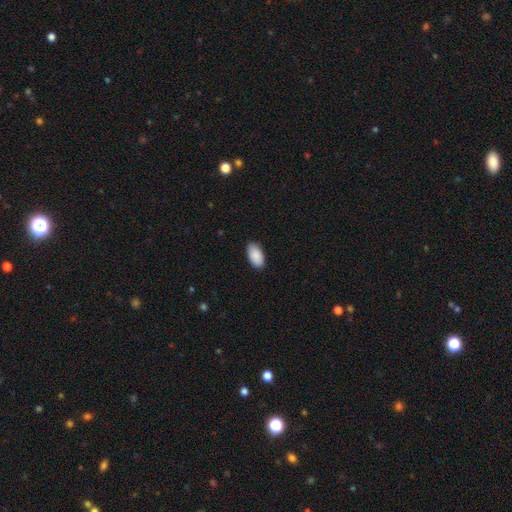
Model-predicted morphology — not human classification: type=smooth (90%); roundness=in between (96%); merging=none (87%).